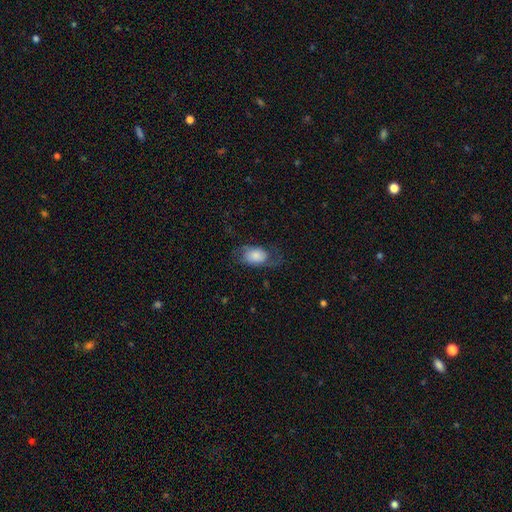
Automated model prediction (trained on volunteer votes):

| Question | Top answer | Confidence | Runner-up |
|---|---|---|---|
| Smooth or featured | smooth | 55% | featured or disk (37%) |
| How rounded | in between | 82% | round (16%) |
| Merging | none | 55% | minor disturbance (23%) |